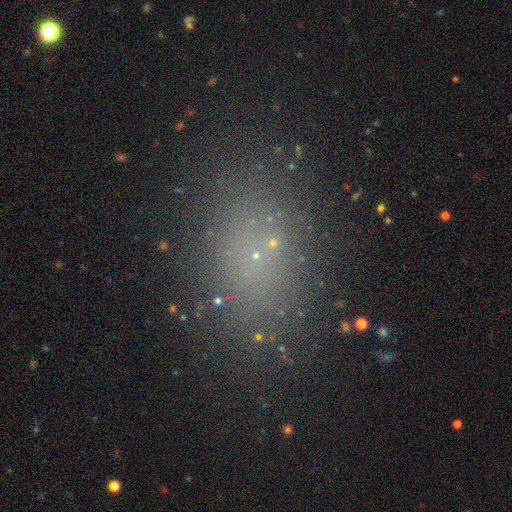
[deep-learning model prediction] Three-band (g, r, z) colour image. It shows a smooth galaxy with no disk features (60%) that is in between round and cigar-shaped (78%). Merging: none (80%).